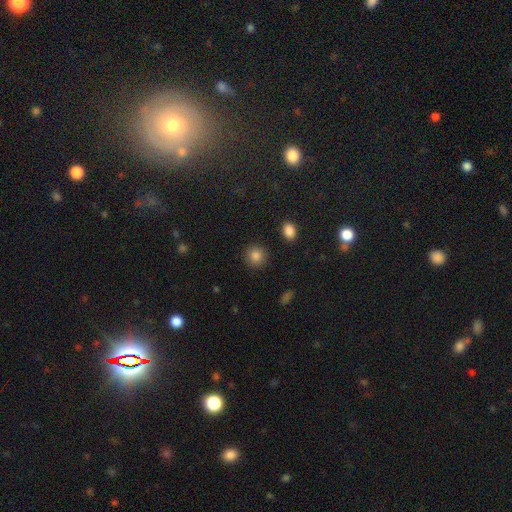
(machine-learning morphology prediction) A smooth galaxy with no disk features (86%) that is round (91%).

Vote fractions:
- Smooth or featured? smooth: 86% / star or artifact: 10% / featured or disk: 5%
- How rounded? round: 91% / in between: 8% / cigar-shaped: 1%
- Merging? none: 91% / minor disturbance: 6% / major disturbance: 2% / merger: 2%